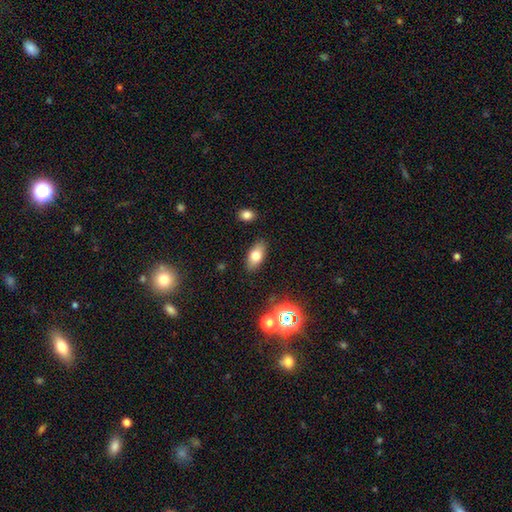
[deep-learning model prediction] smooth_or_featured: smooth (p=0.74) [alt: featured or disk p=0.16]
how_rounded: in between (p=0.88) [alt: cigar-shaped p=0.07]
merging: none (p=0.86) [alt: minor disturbance p=0.10]